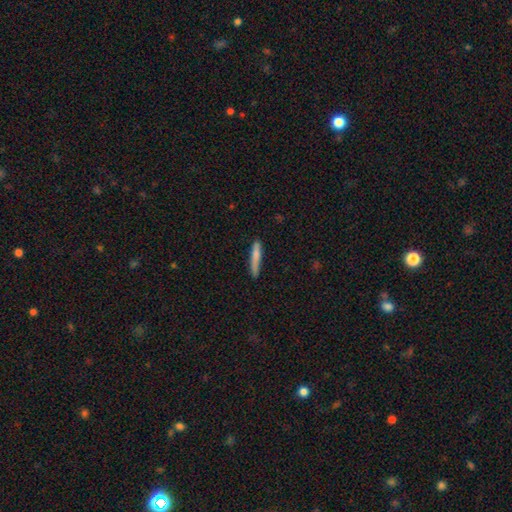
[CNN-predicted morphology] type=smooth (76%); roundness=cigar-shaped (92%); merging=none (77%).